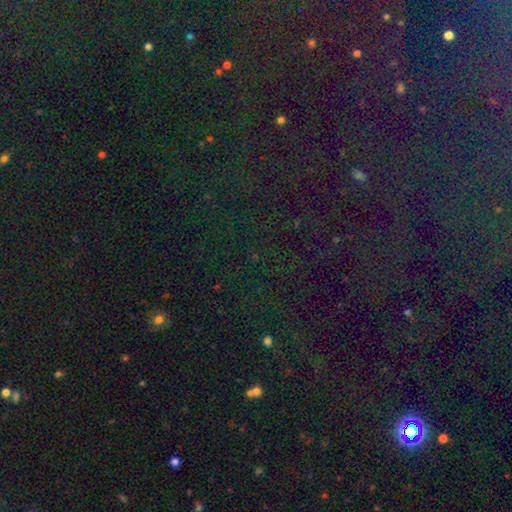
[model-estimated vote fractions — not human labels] Smooth or featured: star or artifact — 82% (smooth — 10%)